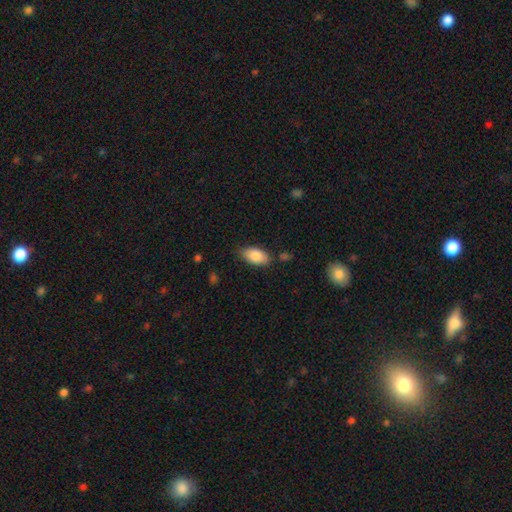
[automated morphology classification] Smooth or featured? smooth (85%)
How rounded? in between (93%)
Merging? none (77%)